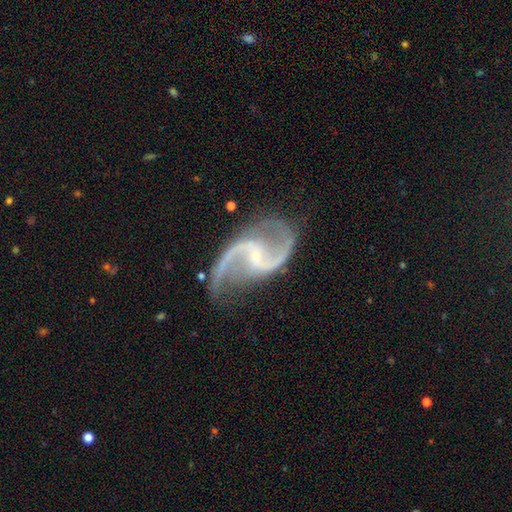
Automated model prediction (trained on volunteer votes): smooth-or-featured: featured or disk: 94% | star or artifact: 4% | smooth: 2%
  disk-edge-on: no: 98% | yes: 2%
    bar: weak: 45% | no: 32% | strong: 23%
    has-spiral-arms: yes: 98% | no: 2%
      spiral-winding: loose: 68% | medium: 27% | tight: 5%
      spiral-arm-count: 2: 94% | can't tell: 1% | 1: 1% | 3: 1% | 4: 1% | more than 4: 1%
    bulge-size: small: 79% | moderate: 10% | none: 9% | large: 1% | dominant: 1%
  merging: none: 73% | minor disturbance: 16% | major disturbance: 8% | merger: 2%